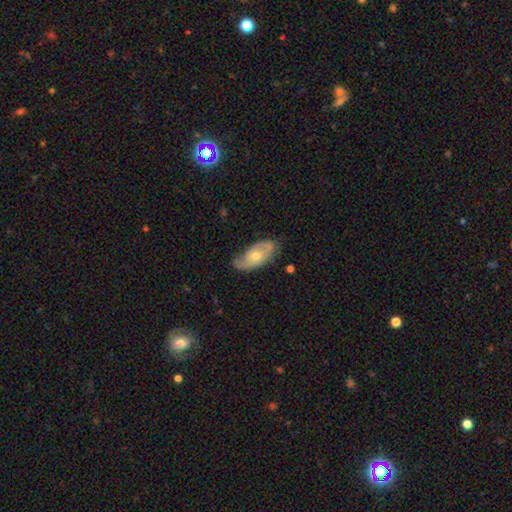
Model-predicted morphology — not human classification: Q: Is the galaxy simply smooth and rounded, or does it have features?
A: featured or disk — 54%.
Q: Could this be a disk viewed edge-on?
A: no — 86%.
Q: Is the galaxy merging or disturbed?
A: none — 63%.